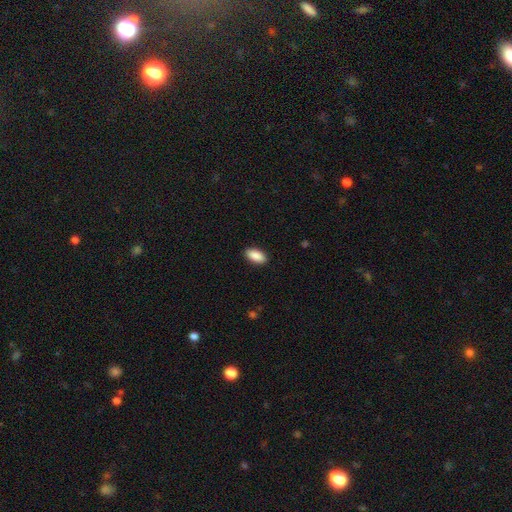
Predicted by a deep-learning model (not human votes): A smooth galaxy with no disk features (90%) that is in between round and cigar-shaped (92%). Merging: none (90%).